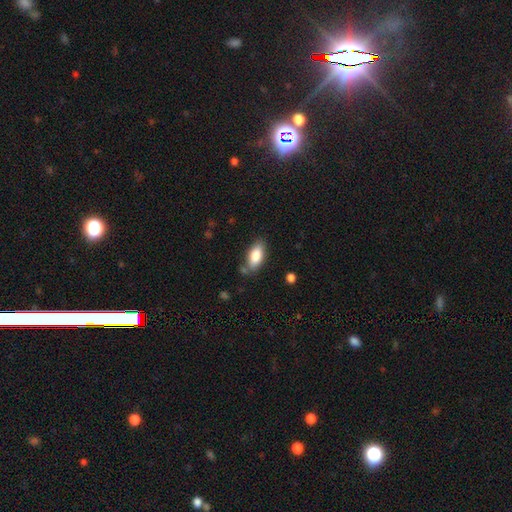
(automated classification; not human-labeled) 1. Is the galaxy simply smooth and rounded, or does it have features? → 83% smooth, 11% featured or disk, 7% star or artifact.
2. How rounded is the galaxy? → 87% in between, 10% cigar-shaped, 3% round.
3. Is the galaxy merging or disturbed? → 76% none, 16% minor disturbance, 4% merger, 4% major disturbance.